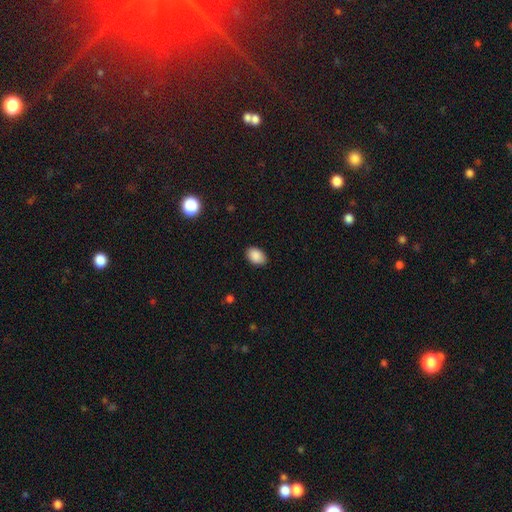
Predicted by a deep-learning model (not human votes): Smooth or featured: smooth — 89% (star or artifact — 8%)
How rounded: in between — 85% (round — 14%)
Merging: none — 86% (minor disturbance — 11%)